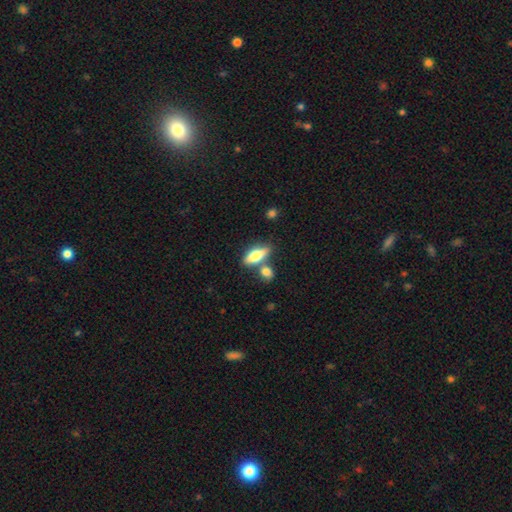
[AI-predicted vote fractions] Overall: smooth (64%; featured or disk 29%). How rounded: in between (66%; cigar-shaped 29%). Merging: none (58%; merger 25%).